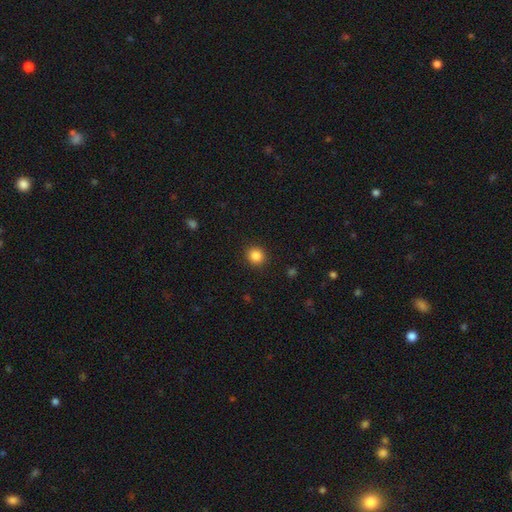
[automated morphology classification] A smooth galaxy with no disk features (85%) that is round (89%). Merging: none (91%).